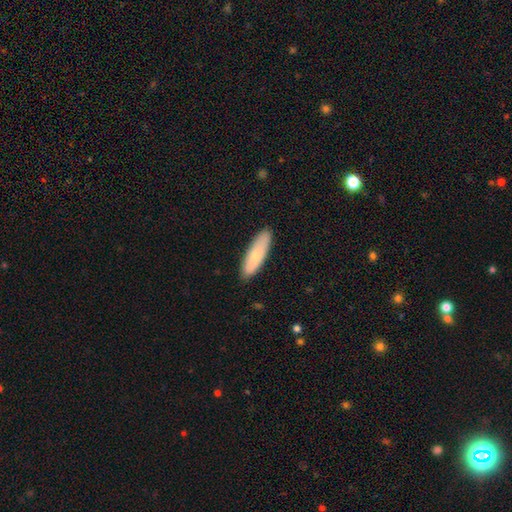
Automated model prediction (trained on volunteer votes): A smooth galaxy with no disk features (71%) that is cigar-shaped (51%). Merging: none (87%).